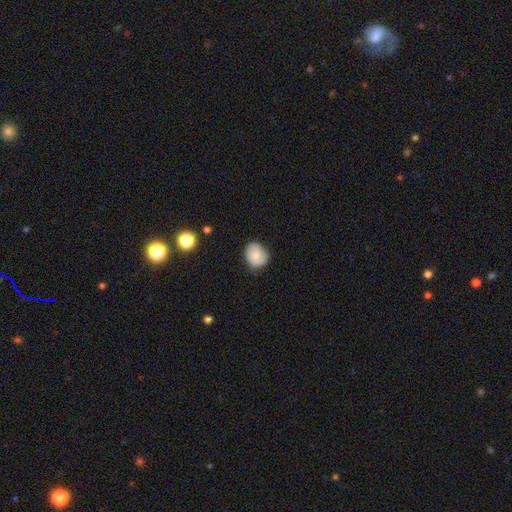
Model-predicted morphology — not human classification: Smooth or featured? smooth (77%)
How rounded? round (59%)
Merging? none (69%)